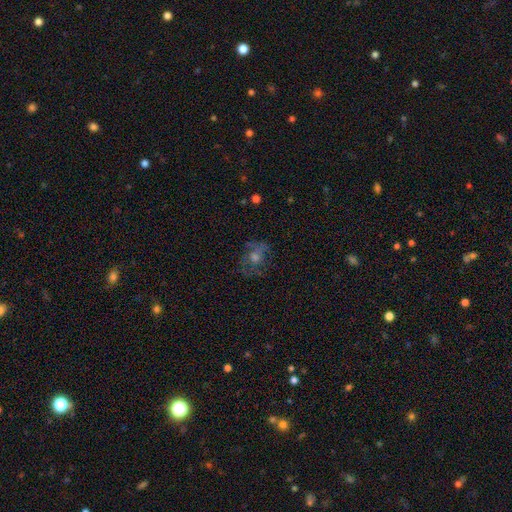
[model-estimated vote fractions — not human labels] Smooth or featured: featured or disk — 50% (smooth — 29%)
Edge-on disk: no — 94% (yes — 6%)
Merging: none — 68% (minor disturbance — 18%)